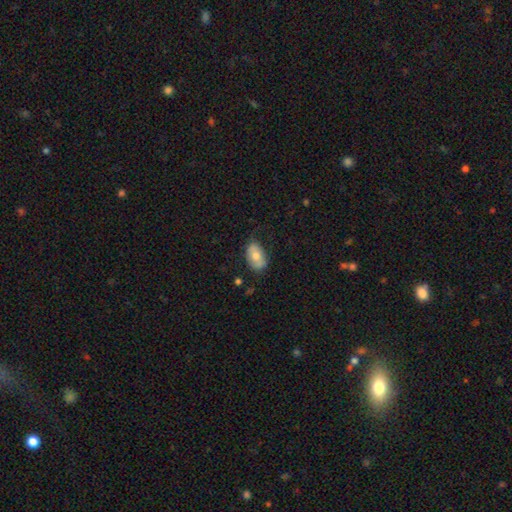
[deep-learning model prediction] Smooth or featured?
  - smooth: 66% *
  - featured or disk: 26%
  - star or artifact: 7%
How rounded?
  - in between: 91% *
  - round: 7%
  - cigar-shaped: 2%
Merging?
  - none: 68% *
  - minor disturbance: 25%
  - major disturbance: 6%
  - merger: 2%